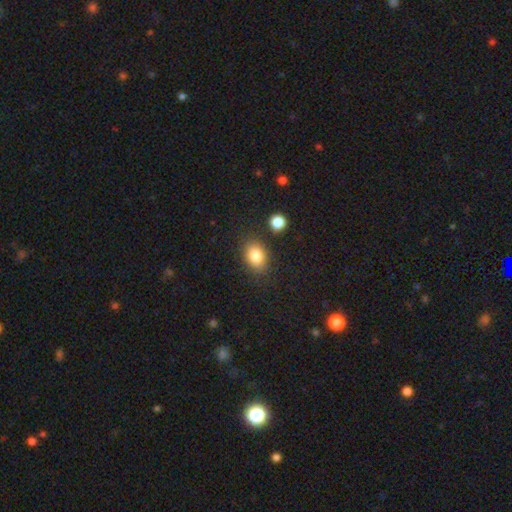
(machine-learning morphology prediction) Q: Smooth or featured?
A: smooth (83%); runner-up: star or artifact (10%)
Q: How rounded?
A: in between (70%); runner-up: round (29%)
Q: Merging?
A: none (81%); runner-up: minor disturbance (11%)